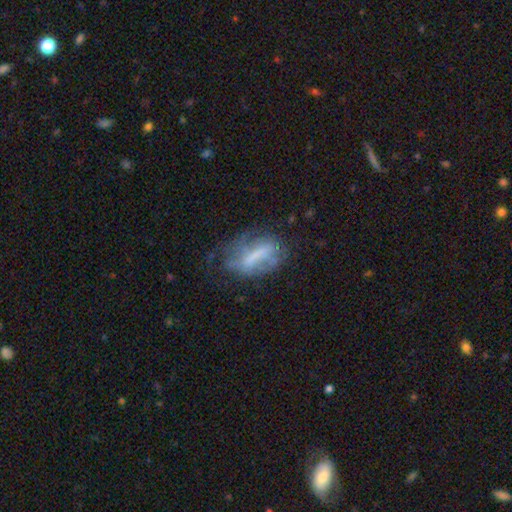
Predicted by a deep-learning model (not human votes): smooth_or_featured: featured or disk (p=0.47) [alt: smooth p=0.42]
merging: none (p=0.44) [alt: minor disturbance p=0.27]